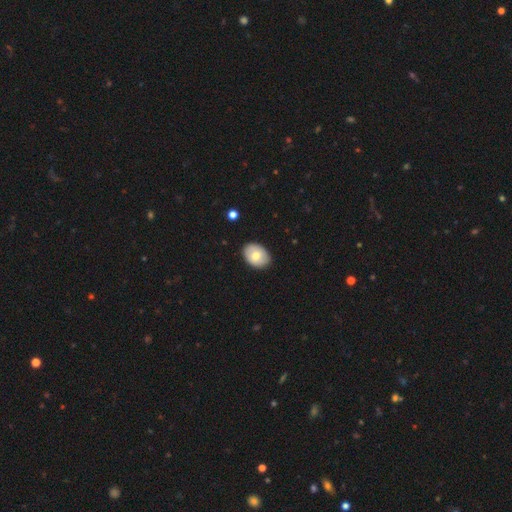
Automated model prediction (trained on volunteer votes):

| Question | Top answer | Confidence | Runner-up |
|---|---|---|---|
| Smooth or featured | smooth | 70% | featured or disk (23%) |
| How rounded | in between | 78% | round (21%) |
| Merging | none | 86% | minor disturbance (11%) |